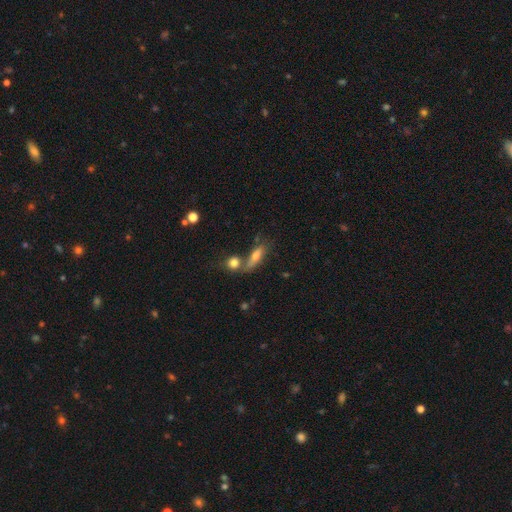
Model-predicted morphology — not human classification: This appears to be a smooth galaxy with no disk features (65%) that is in between round and cigar-shaped (48%). Merging: none (48%).